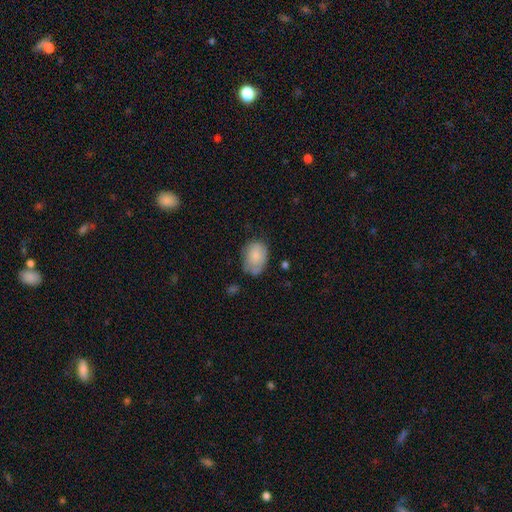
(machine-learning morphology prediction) smooth-or-featured: smooth: 79% | featured or disk: 15% | star or artifact: 7%
  how-rounded: in between: 77% | round: 22% | cigar-shaped: 1%
  merging: none: 56% | minor disturbance: 32% | major disturbance: 9% | merger: 3%